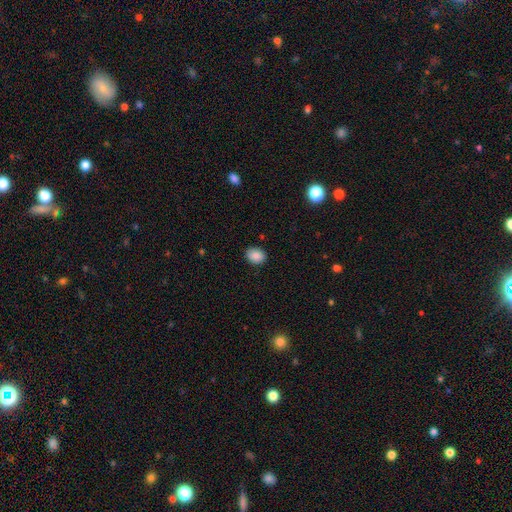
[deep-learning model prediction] This appears to be a smooth galaxy with no disk features (88%) that is in between round and cigar-shaped (58%). Merging: none (88%).